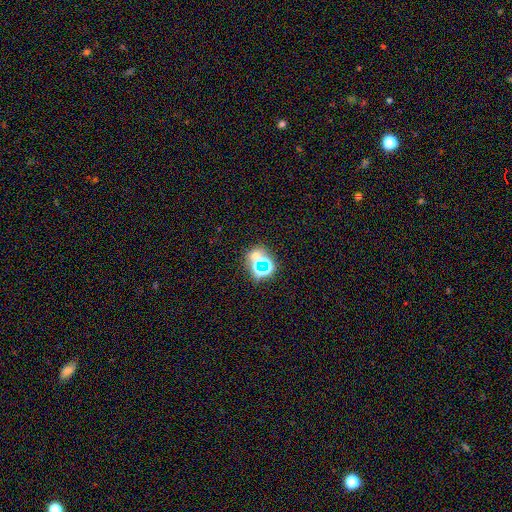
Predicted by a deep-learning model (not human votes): Smooth or featured? Predicted: star or artifact (p=0.55).